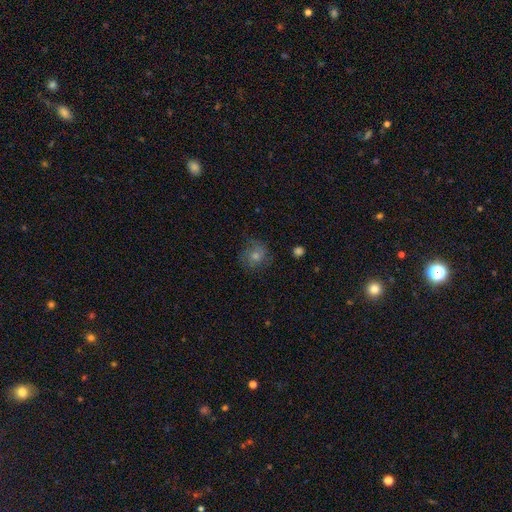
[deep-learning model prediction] The model was most divided on "smooth or featured": smooth: 42%, featured or disk: 37%, star or artifact: 21%. More confident: merging — none (76%).